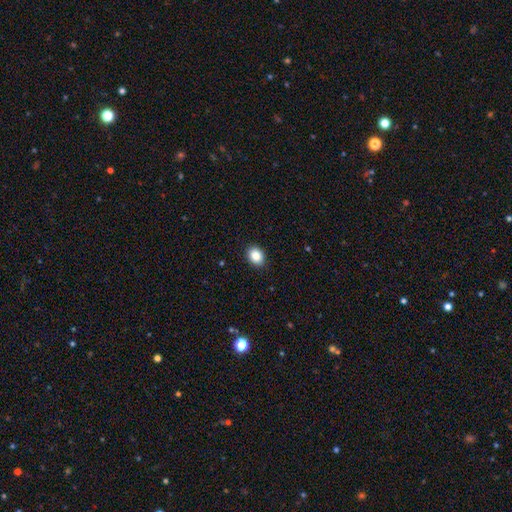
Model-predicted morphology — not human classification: Q: Smooth or featured?
A: smooth (87%); runner-up: star or artifact (9%)
Q: How rounded?
A: in between (60%); runner-up: round (39%)
Q: Merging?
A: none (90%); runner-up: minor disturbance (7%)